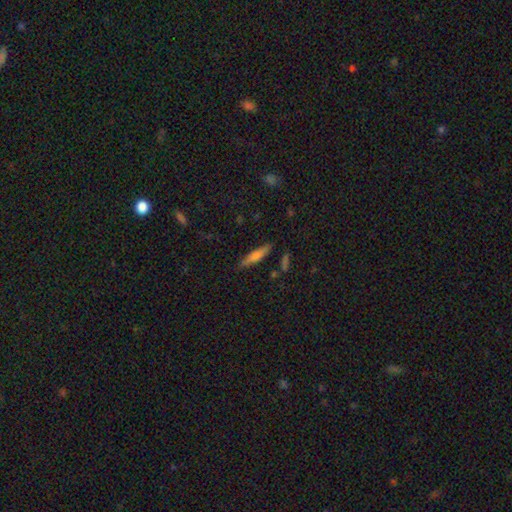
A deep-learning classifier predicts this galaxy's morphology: The model was most divided on "smooth or featured": smooth: 60%, featured or disk: 32%, star or artifact: 8%. More confident: merging — none (85%); how rounded — cigar-shaped (84%).